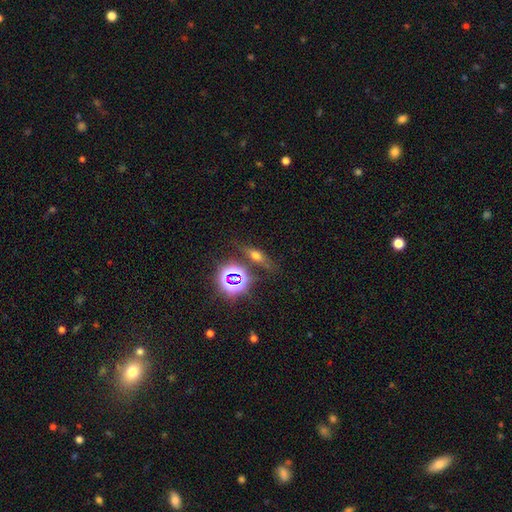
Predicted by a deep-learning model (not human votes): smooth 45%, star or artifact 31%, featured or disk 24%. Down the decision tree: merging — none (72%).